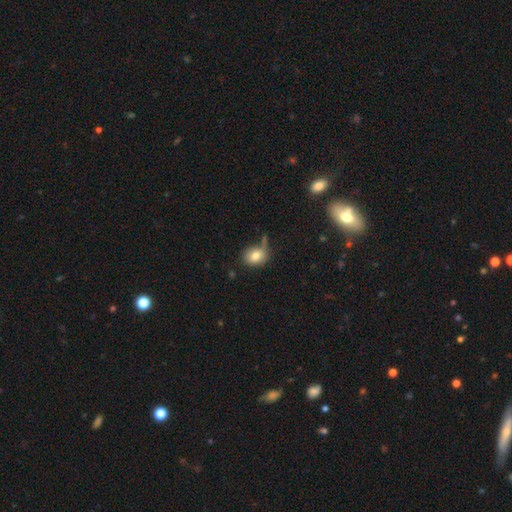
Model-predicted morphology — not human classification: smooth_or_featured: smooth (p=0.78) [alt: featured or disk p=0.12]
how_rounded: in between (p=0.50) [alt: round p=0.49]
merging: none (p=0.56) [alt: minor disturbance p=0.24]